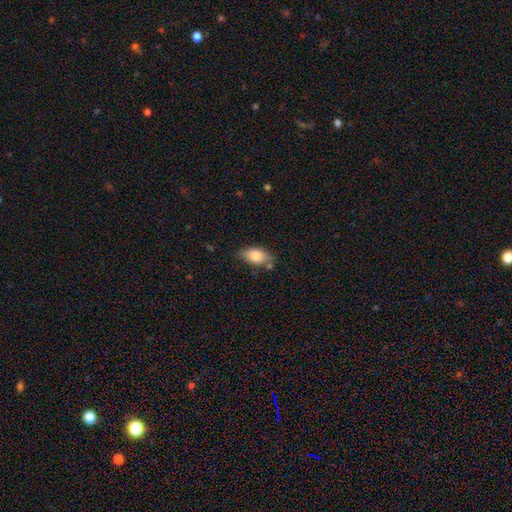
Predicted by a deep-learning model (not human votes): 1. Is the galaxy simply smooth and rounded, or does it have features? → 80% smooth, 13% featured or disk, 7% star or artifact.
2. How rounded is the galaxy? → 89% in between, 6% round, 4% cigar-shaped.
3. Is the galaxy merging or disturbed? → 62% none, 25% minor disturbance, 7% merger, 5% major disturbance.